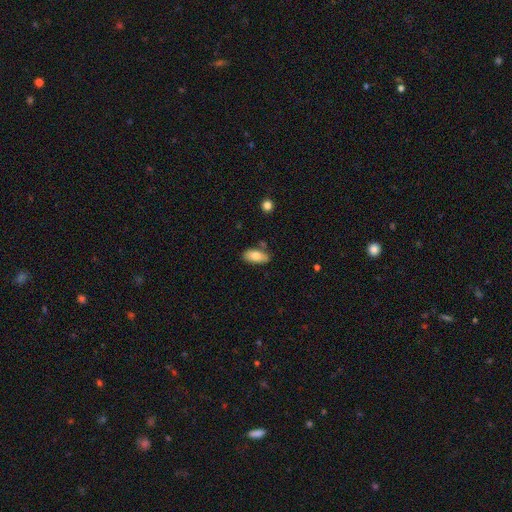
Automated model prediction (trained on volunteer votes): smooth 80%, featured or disk 14%, star or artifact 6%. Down the decision tree: how rounded — in between (91%); merging — none (76%).